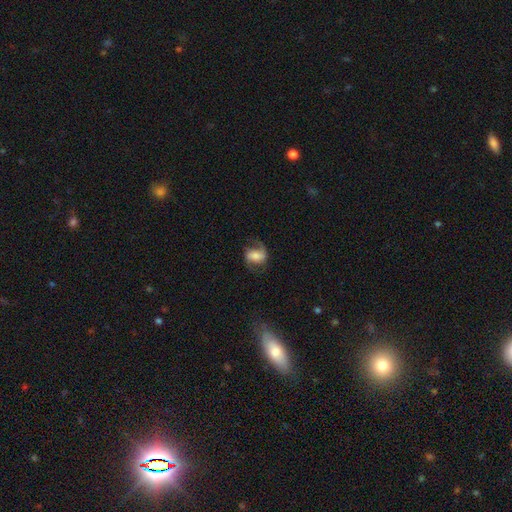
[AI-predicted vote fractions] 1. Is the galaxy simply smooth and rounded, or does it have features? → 55% featured or disk, 37% smooth, 8% star or artifact.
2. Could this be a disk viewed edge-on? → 96% no, 4% yes.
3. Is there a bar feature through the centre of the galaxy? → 38% weak, 34% strong, 28% no.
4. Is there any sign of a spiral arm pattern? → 87% yes, 13% no.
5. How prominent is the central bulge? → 36% moderate, 25% large, 23% small, 10% none, 6% dominant.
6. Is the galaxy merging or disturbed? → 62% none, 20% minor disturbance, 16% major disturbance, 2% merger.